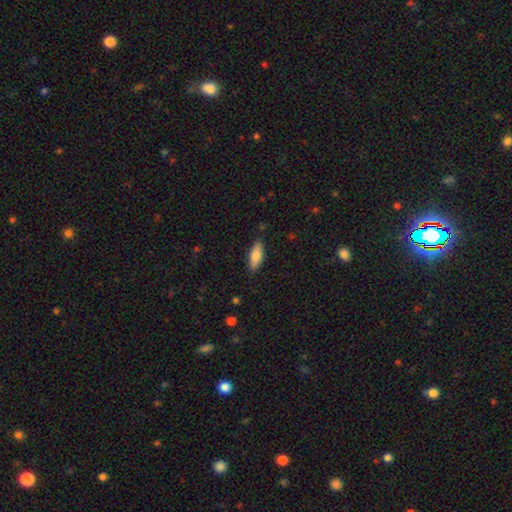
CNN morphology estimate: A smooth galaxy with no disk features (76%) that is in between round and cigar-shaped (67%).

Vote fractions:
- Smooth or featured? smooth: 76% / featured or disk: 18% / star or artifact: 6%
- How rounded? in between: 67% / cigar-shaped: 31% / round: 2%
- Merging? none: 87% / minor disturbance: 10% / major disturbance: 2% / merger: 1%